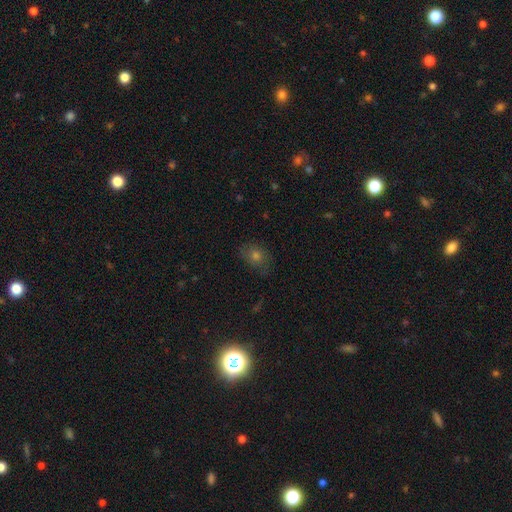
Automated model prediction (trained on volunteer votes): Q: Smooth or featured?
A: smooth (57%); runner-up: star or artifact (26%)
Q: How rounded?
A: round (52%); runner-up: in between (47%)
Q: Merging?
A: none (76%); runner-up: minor disturbance (17%)